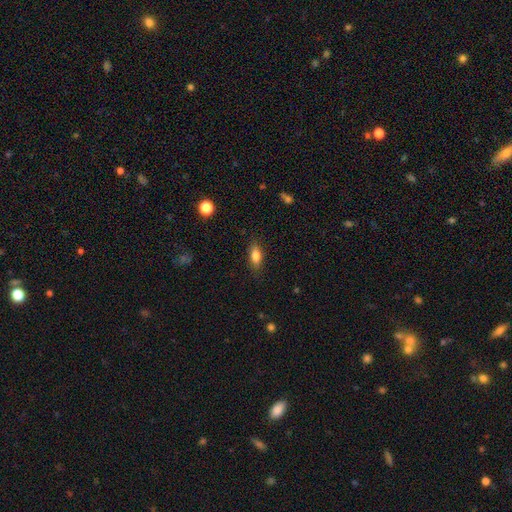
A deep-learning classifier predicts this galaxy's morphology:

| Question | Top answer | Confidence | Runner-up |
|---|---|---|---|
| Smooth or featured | smooth | 81% | featured or disk (11%) |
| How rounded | in between | 77% | cigar-shaped (18%) |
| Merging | none | 84% | minor disturbance (12%) |